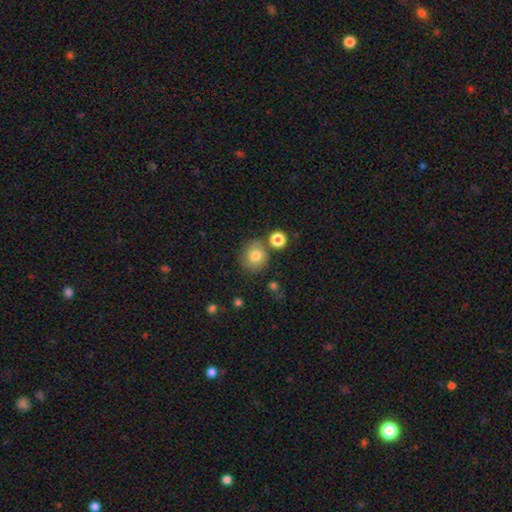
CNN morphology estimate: smooth_or_featured: smooth (p=0.77) [alt: featured or disk p=0.13]
how_rounded: round (p=0.82) [alt: in between p=0.17]
merging: none (p=0.71) [alt: minor disturbance p=0.14]